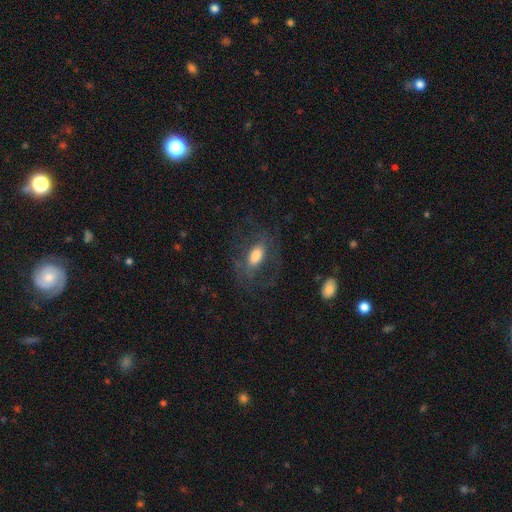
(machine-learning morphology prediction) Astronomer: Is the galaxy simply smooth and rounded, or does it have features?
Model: smooth — 48% (runner-up: featured or disk, 43%).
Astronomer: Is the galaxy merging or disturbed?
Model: none — 59%.